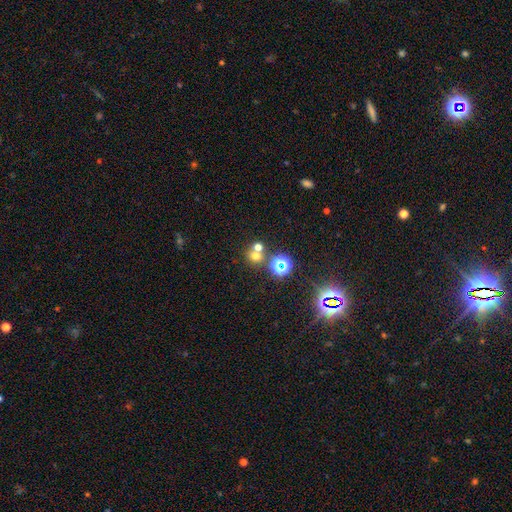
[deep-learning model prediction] Smooth or featured: smooth — 57% (star or artifact — 32%)
How rounded: round — 81% (in between — 18%)
Merging: none — 54% (merger — 35%)